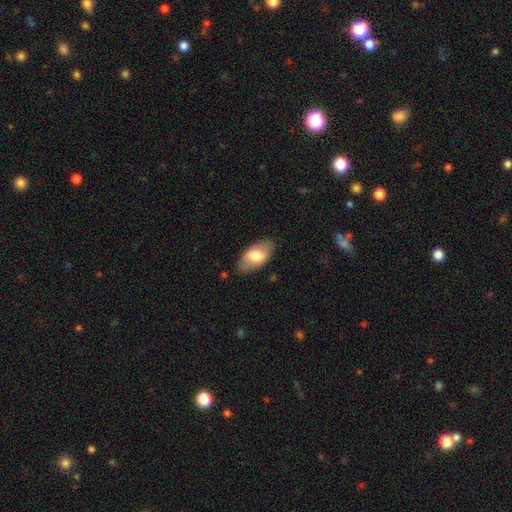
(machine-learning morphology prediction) smooth-or-featured: smooth: 66% | featured or disk: 28% | star or artifact: 6%
  how-rounded: in between: 93% | cigar-shaped: 4% | round: 3%
  merging: none: 83% | minor disturbance: 13% | major disturbance: 3% | merger: 1%